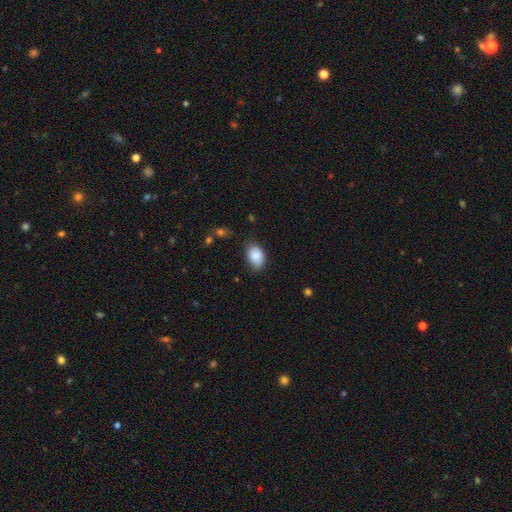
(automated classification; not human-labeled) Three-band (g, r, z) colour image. It shows a smooth galaxy with no disk features (87%) that is in between round and cigar-shaped (83%). Merging: none (72%).